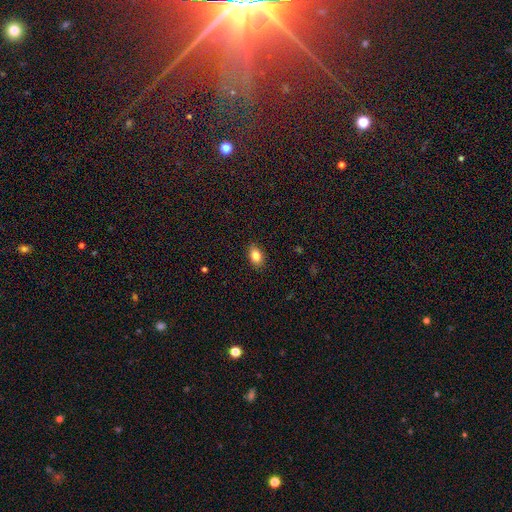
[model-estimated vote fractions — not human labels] Smooth or featured: smooth — 85% (star or artifact — 9%)
How rounded: in between — 85% (round — 13%)
Merging: none — 88% (minor disturbance — 9%)